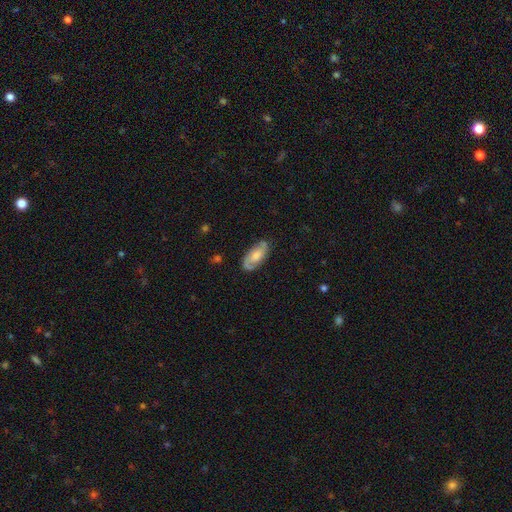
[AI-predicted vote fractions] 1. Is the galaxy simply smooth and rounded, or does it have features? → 62% featured or disk, 32% smooth, 6% star or artifact.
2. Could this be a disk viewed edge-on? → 92% no, 8% yes.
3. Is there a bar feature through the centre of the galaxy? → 56% no, 36% weak, 8% strong.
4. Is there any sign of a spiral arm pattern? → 89% yes, 11% no.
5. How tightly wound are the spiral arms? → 45% medium, 34% tight, 21% loose.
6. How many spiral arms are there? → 80% 2, 11% can't tell, 6% 1, 1% 3, 1% 4, 1% more than 4.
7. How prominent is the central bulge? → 44% moderate, 23% small, 19% large, 12% none, 2% dominant.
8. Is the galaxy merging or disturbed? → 79% none, 16% minor disturbance, 4% major disturbance, 1% merger.